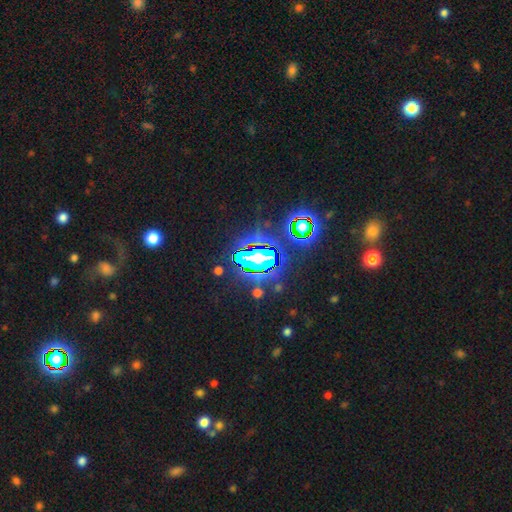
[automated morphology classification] Smooth or featured? star or artifact (81%)